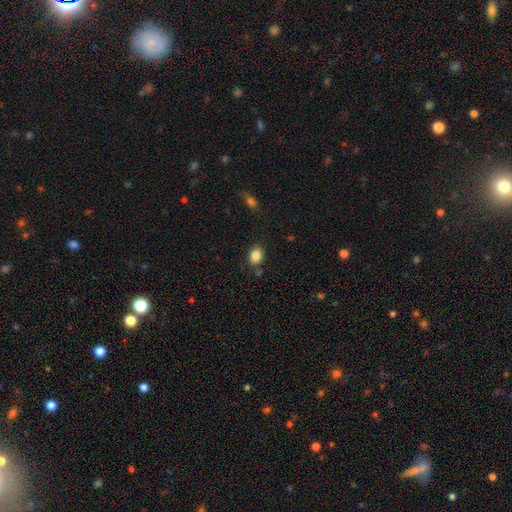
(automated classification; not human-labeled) A smooth galaxy with no disk features (85%) that is in between round and cigar-shaped (52%).

Vote fractions:
- Smooth or featured? smooth: 85% / star or artifact: 10% / featured or disk: 5%
- How rounded? in between: 52% / round: 47% / cigar-shaped: 1%
- Merging? none: 81% / minor disturbance: 11% / merger: 4% / major disturbance: 3%